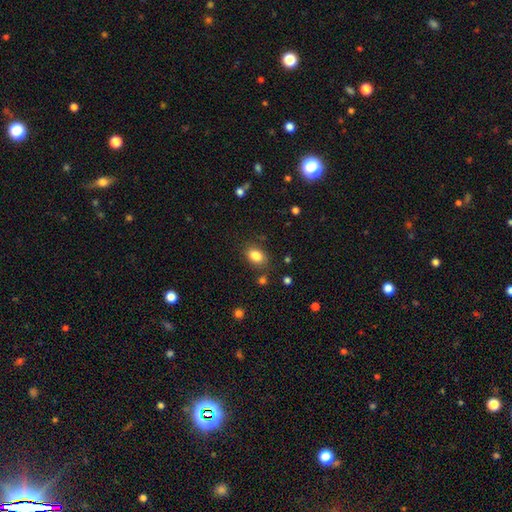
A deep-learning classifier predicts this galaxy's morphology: smooth_or_featured: smooth (p=0.84) [alt: star or artifact p=0.09]
how_rounded: in between (p=0.81) [alt: round p=0.17]
merging: none (p=0.80) [alt: minor disturbance p=0.13]